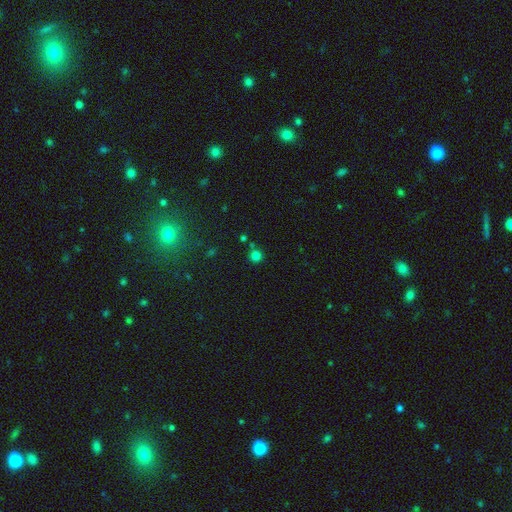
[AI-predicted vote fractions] Smooth or featured? smooth (75%)
How rounded? round (94%)
Merging? none (81%)